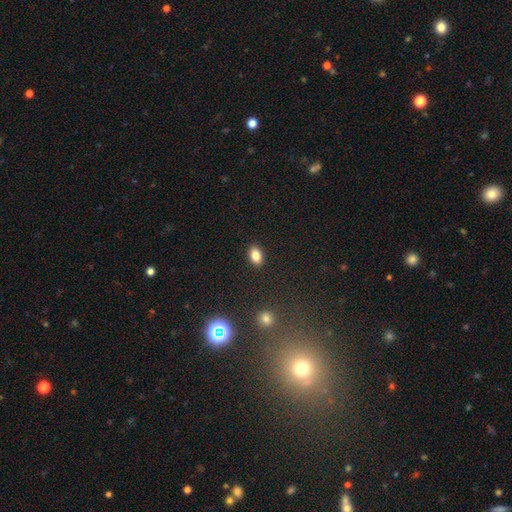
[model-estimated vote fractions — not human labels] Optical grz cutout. It shows a smooth galaxy with no disk features (83%) that is in between round and cigar-shaped (85%). Merging: none (89%).